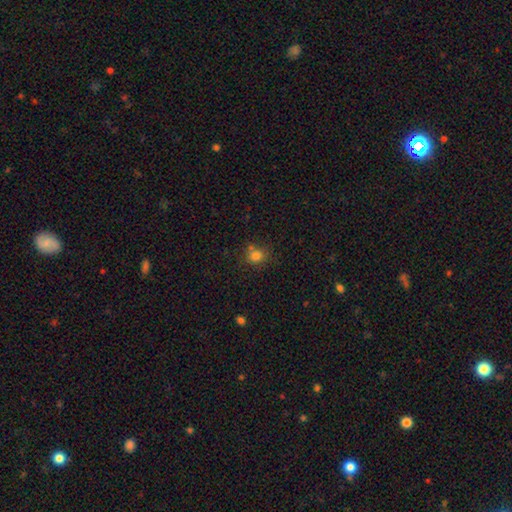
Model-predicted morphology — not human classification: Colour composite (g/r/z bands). It shows a smooth galaxy with no disk features (79%) that is round (79%). Merging: none (68%).